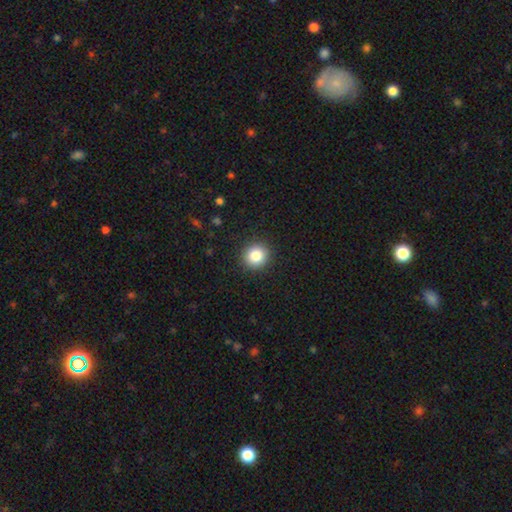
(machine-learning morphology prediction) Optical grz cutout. It shows a smooth galaxy with no disk features (84%) that is round (89%). Merging: none (91%).